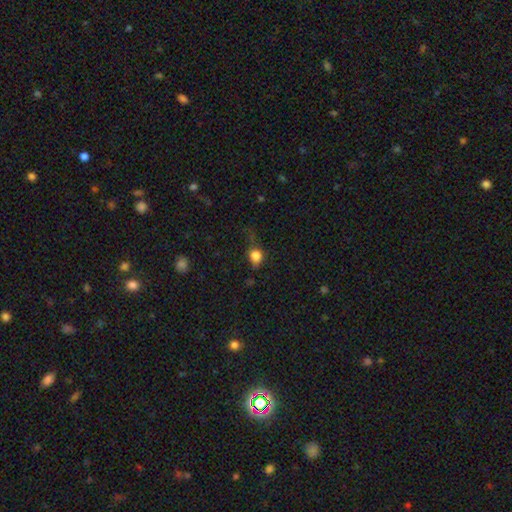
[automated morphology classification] smooth-or-featured: smooth: 81% | star or artifact: 12% | featured or disk: 8%
  how-rounded: round: 70% | in between: 29% | cigar-shaped: 2%
  merging: none: 52% | minor disturbance: 30% | major disturbance: 15% | merger: 3%